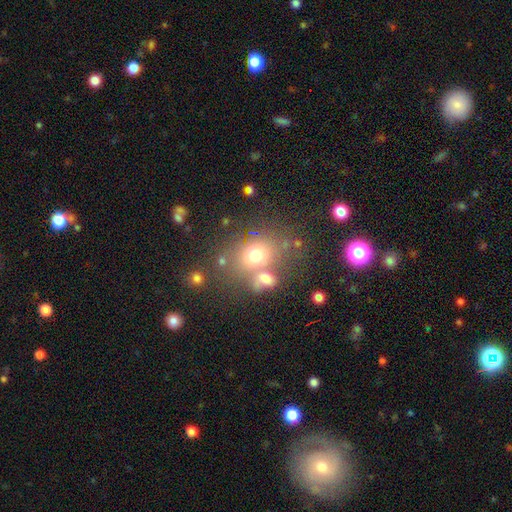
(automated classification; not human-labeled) A smooth galaxy with no disk features (68%) that is in between round and cigar-shaped (51%). Merging: none (55%).